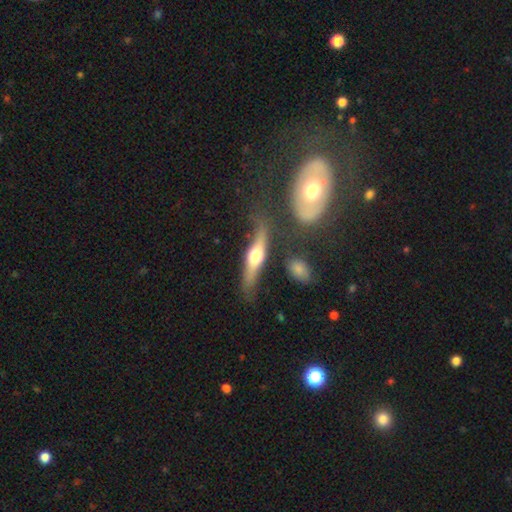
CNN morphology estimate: Smooth or featured: featured or disk — 59% (smooth — 35%)
Edge-on disk: yes — 87% (no — 13%)
Edge-on bulge: rounded — 93% (boxy — 4%)
Merging: none — 66% (minor disturbance — 19%)